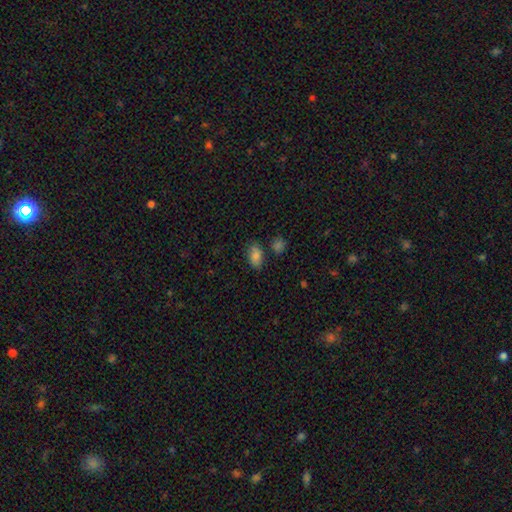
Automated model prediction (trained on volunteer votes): smooth_or_featured: smooth (p=0.82) [alt: star or artifact p=0.10]
how_rounded: in between (p=0.90) [alt: round p=0.08]
merging: none (p=0.75) [alt: minor disturbance p=0.15]